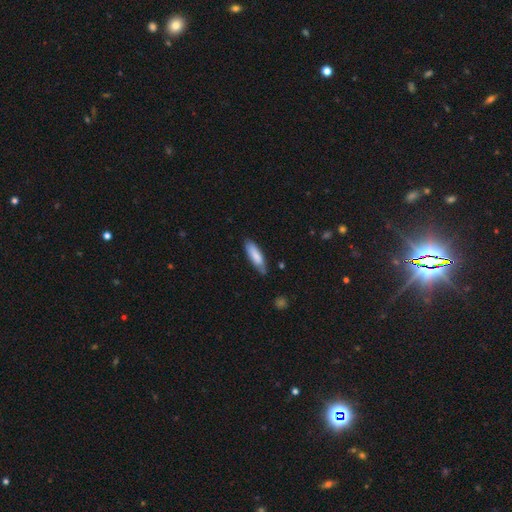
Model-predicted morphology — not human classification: Smooth or featured? Predicted: smooth (p=0.79). How rounded? Predicted: cigar-shaped (p=0.55). Merging? Predicted: none (p=0.72).